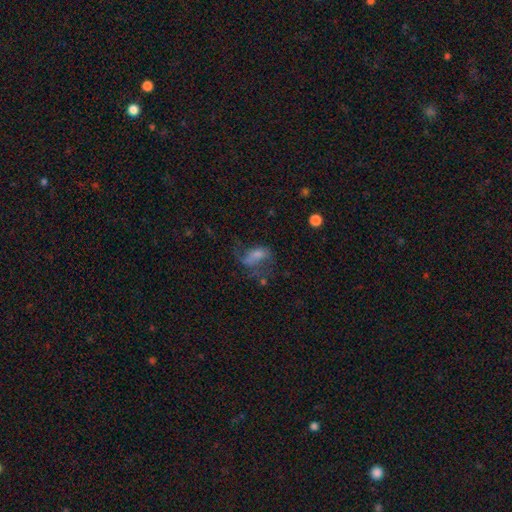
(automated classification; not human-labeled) Smooth or featured? featured or disk (47%)
Merging? major disturbance (48%)